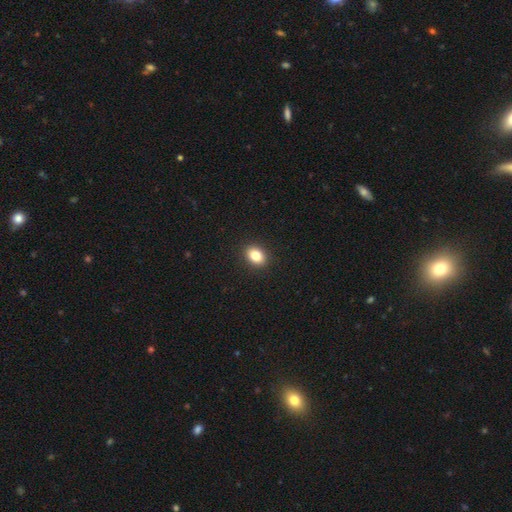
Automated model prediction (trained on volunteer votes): A smooth galaxy with no disk features (82%) that is in between round and cigar-shaped (65%).

Vote fractions:
- Smooth or featured? smooth: 82% / star or artifact: 10% / featured or disk: 8%
- How rounded? in between: 65% / round: 34% / cigar-shaped: 1%
- Merging? none: 91% / minor disturbance: 6% / major disturbance: 2% / merger: 1%